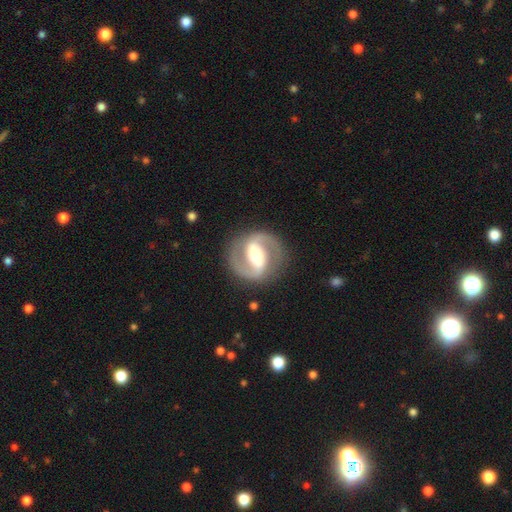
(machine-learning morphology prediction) Q: Smooth or featured?
A: featured or disk (87%); runner-up: smooth (9%)
Q: Edge-on disk?
A: no (97%); runner-up: yes (3%)
Q: Bar?
A: strong (59%); runner-up: weak (29%)
Q: Spiral arms?
A: yes (92%); runner-up: no (8%)
Q: Spiral winding?
A: medium (55%); runner-up: tight (27%)
Q: Spiral arm count?
A: 2 (93%); runner-up: can't tell (2%)
Q: Bulge size?
A: moderate (63%); runner-up: small (17%)
Q: Merging?
A: none (87%); runner-up: minor disturbance (8%)